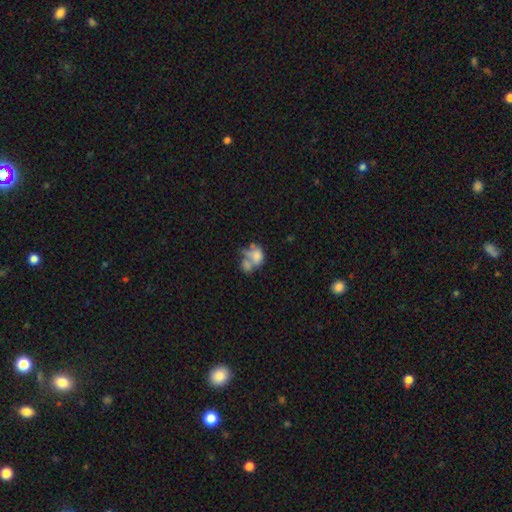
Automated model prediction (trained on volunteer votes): Smooth or featured? Predicted: smooth (p=0.61). How rounded? Predicted: in between (p=0.68). Merging? Predicted: merger (p=0.56).